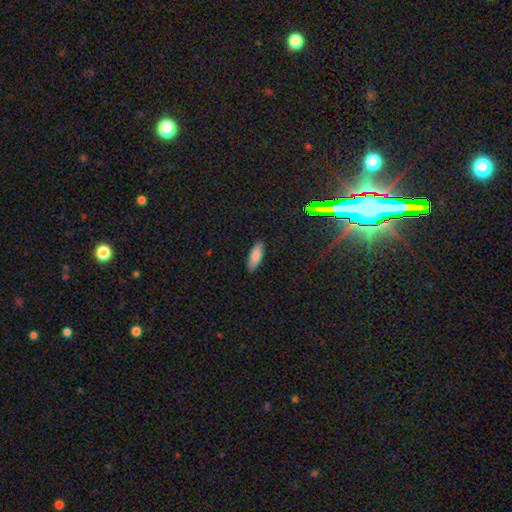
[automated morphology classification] A smooth galaxy with no disk features (85%) that is in between round and cigar-shaped (67%). Merging: none (88%).